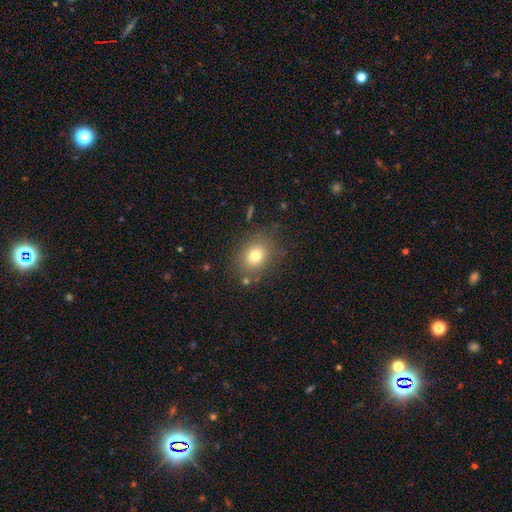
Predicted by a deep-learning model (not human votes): Q: Smooth or featured?
A: smooth (77%); runner-up: star or artifact (12%)
Q: How rounded?
A: round (51%); runner-up: in between (48%)
Q: Merging?
A: none (79%); runner-up: minor disturbance (12%)